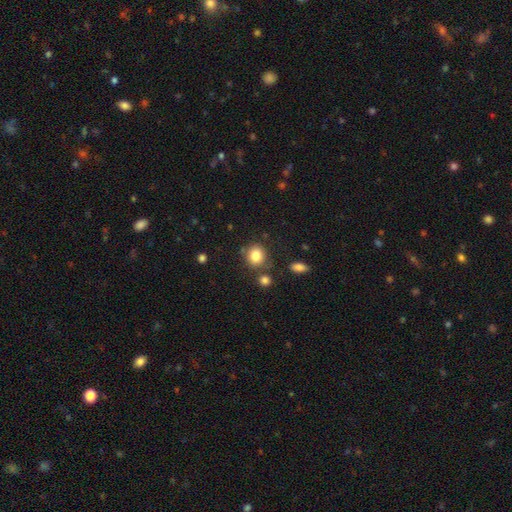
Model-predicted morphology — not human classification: smooth-or-featured: smooth: 83% | star or artifact: 10% | featured or disk: 7%
  how-rounded: round: 79% | in between: 20% | cigar-shaped: 1%
  merging: none: 74% | minor disturbance: 12% | merger: 10% | major disturbance: 4%